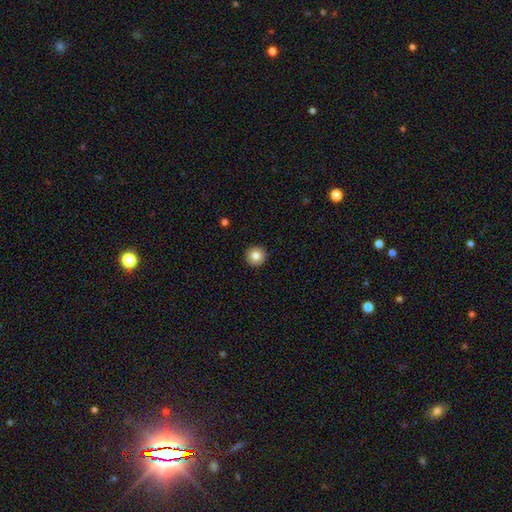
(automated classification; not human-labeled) This is clearly a smooth galaxy (81%). How rounded: clearly round (96%). Merging: clearly none (93%).